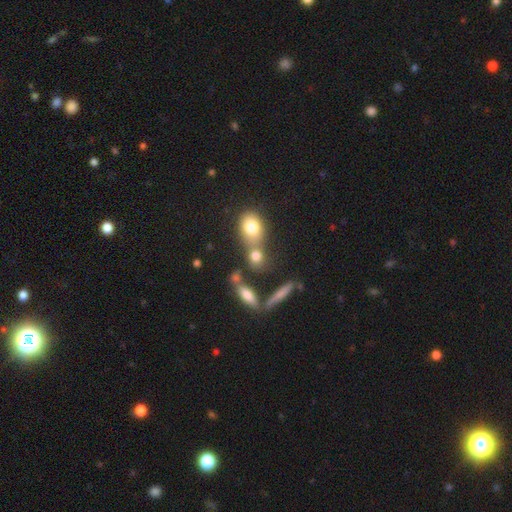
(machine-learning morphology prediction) Overall: smooth (75%). How rounded: round (56%; in between 38%). Merging: merger (46%; none 39%).